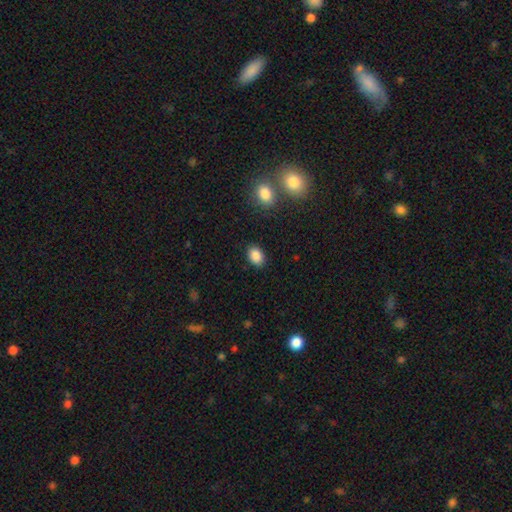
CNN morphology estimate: type=smooth (87%); roundness=in between (78%); merging=none (87%).